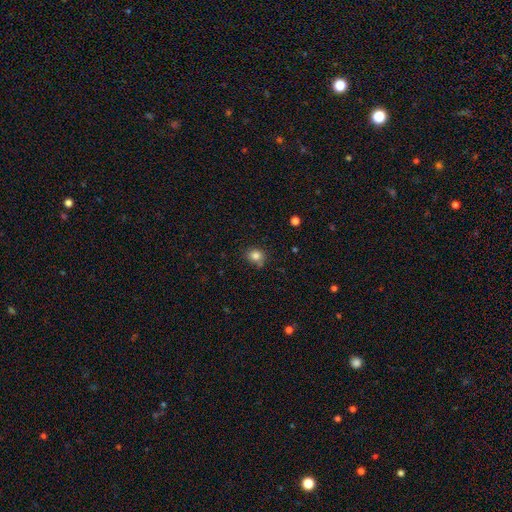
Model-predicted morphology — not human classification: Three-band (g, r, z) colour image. It shows a smooth galaxy with no disk features (83%) that is round (74%). Merging: none (73%).